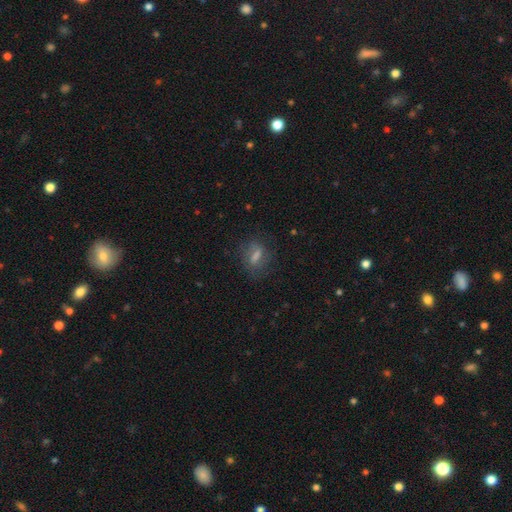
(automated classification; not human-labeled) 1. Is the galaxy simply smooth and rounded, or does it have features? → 57% smooth, 31% featured or disk, 13% star or artifact.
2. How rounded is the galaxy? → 60% in between, 22% cigar-shaped, 18% round.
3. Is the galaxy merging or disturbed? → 70% none, 18% minor disturbance, 10% major disturbance, 2% merger.